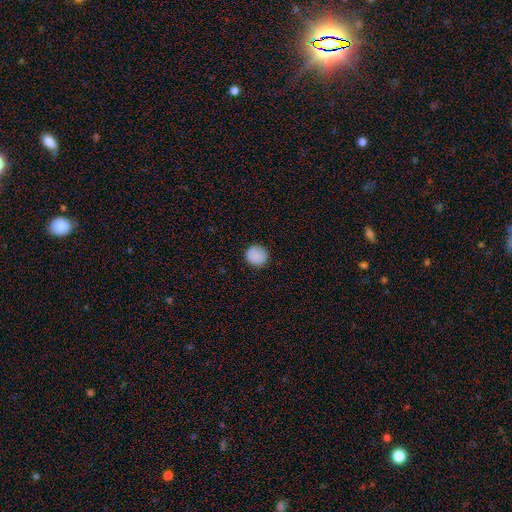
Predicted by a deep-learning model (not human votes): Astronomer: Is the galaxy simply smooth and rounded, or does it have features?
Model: smooth — 88%.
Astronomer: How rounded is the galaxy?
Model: round — 89%.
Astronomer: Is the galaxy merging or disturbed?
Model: none — 88%.